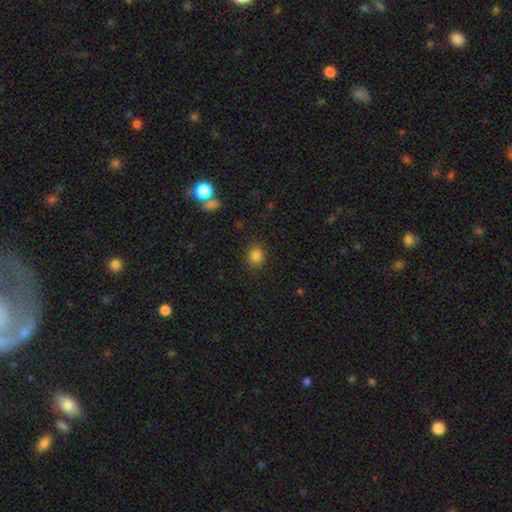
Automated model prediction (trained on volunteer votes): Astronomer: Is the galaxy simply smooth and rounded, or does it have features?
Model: smooth — 83%.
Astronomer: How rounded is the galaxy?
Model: round — 63%.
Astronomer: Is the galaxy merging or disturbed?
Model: none — 86%.